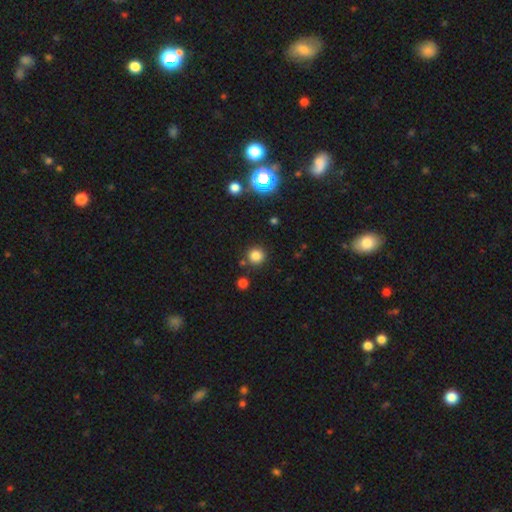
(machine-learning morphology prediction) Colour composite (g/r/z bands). It shows a smooth galaxy with no disk features (81%) that is round (93%). Merging: none (85%).